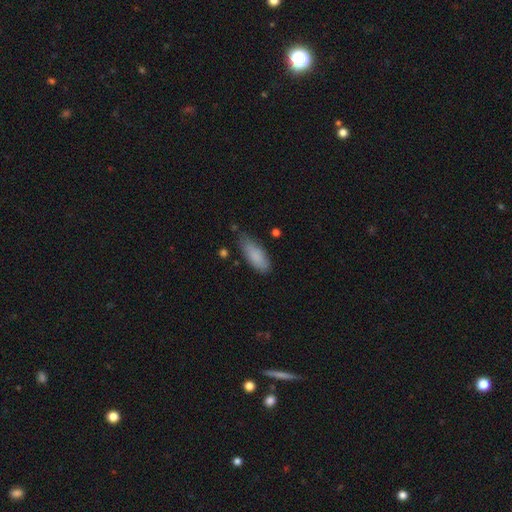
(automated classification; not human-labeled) smooth-or-featured: smooth: 85% | featured or disk: 8% | star or artifact: 6%
  how-rounded: in between: 71% | cigar-shaped: 27% | round: 2%
  merging: none: 64% | minor disturbance: 28% | major disturbance: 5% | merger: 3%